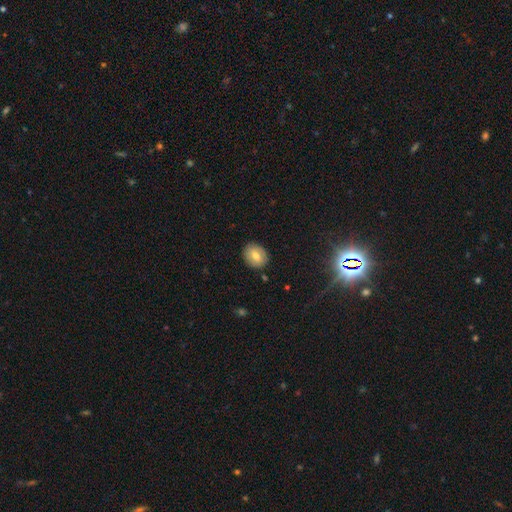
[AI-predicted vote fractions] Morphology: type=smooth (70%); roundness=round (61%); merging=none (87%).